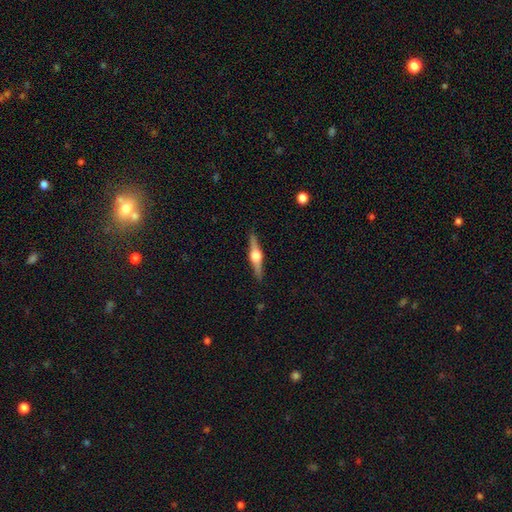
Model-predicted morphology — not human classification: Smooth or featured: featured or disk — 80% (smooth — 15%)
Edge-on disk: yes — 98% (no — 2%)
Edge-on bulge: rounded — 93% (boxy — 5%)
Merging: none — 91% (minor disturbance — 7%)